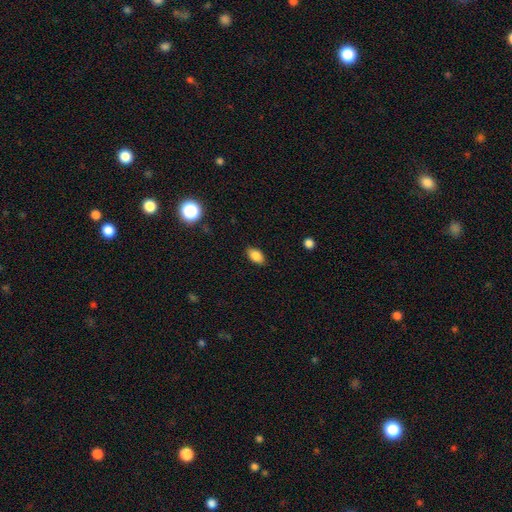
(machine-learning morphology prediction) This appears to be a smooth galaxy with no disk features (85%) that is in between round and cigar-shaped (89%). Merging: none (86%).